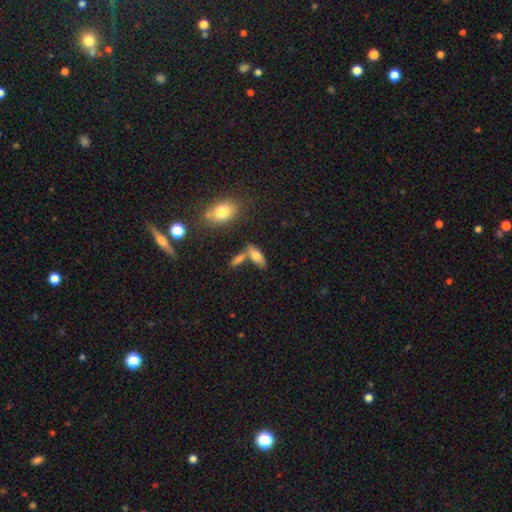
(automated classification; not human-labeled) This is likely a smooth galaxy (74%). How rounded: likely in between (74%). Merging: possibly none (52%).